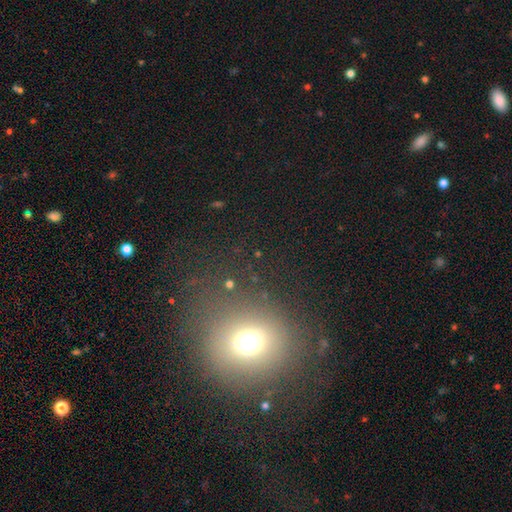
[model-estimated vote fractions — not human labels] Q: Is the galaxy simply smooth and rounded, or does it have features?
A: smooth — 60%.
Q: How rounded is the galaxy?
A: round — 76%.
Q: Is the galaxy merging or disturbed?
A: none — 76%.